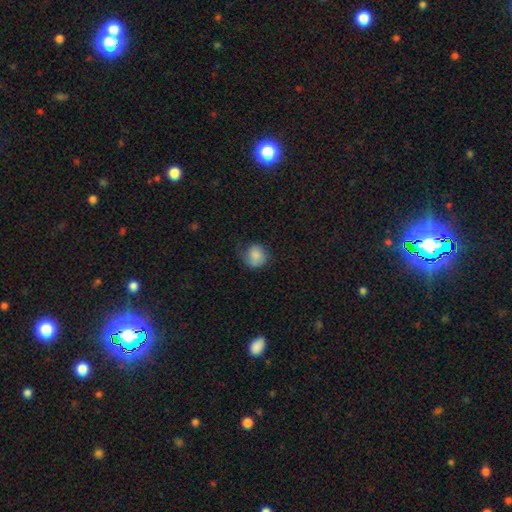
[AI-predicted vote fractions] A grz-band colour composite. It shows a smooth galaxy with no disk features (83%) that is round (80%). Merging: none (61%).